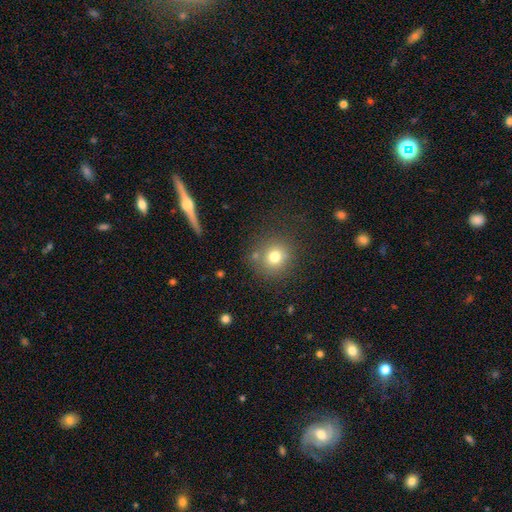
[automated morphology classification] A smooth galaxy with no disk features (67%) that is round (92%). Merging: none (83%).